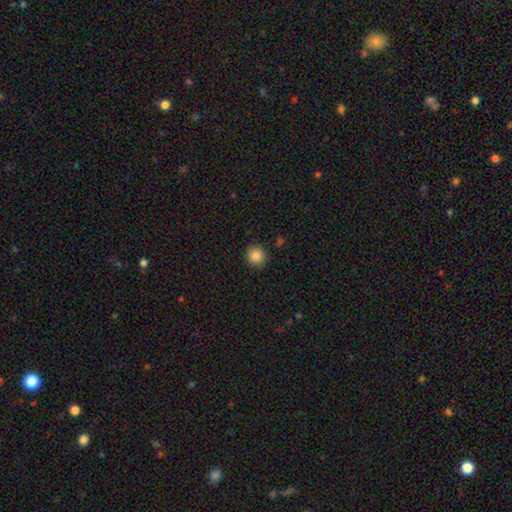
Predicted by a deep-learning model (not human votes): The model was most divided on "smooth or featured": smooth: 86%, star or artifact: 10%, featured or disk: 4%. More confident: how rounded — round (91%); merging — none (90%).